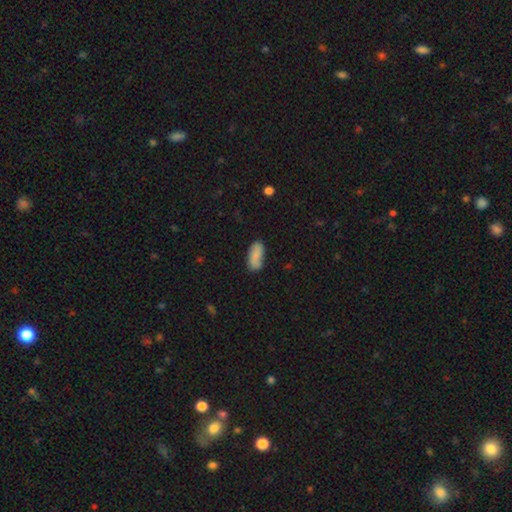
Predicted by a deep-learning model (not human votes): Smooth or featured?
  - smooth: 80% *
  - featured or disk: 13%
  - star or artifact: 7%
How rounded?
  - in between: 88% *
  - cigar-shaped: 10%
  - round: 2%
Merging?
  - none: 64% *
  - minor disturbance: 24%
  - major disturbance: 7%
  - merger: 5%